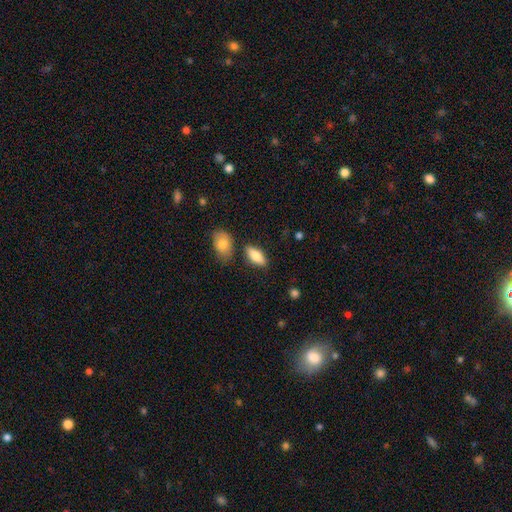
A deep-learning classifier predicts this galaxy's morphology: This appears to be a smooth galaxy with no disk features (80%) that is in between round and cigar-shaped (81%). Merging: none (78%).